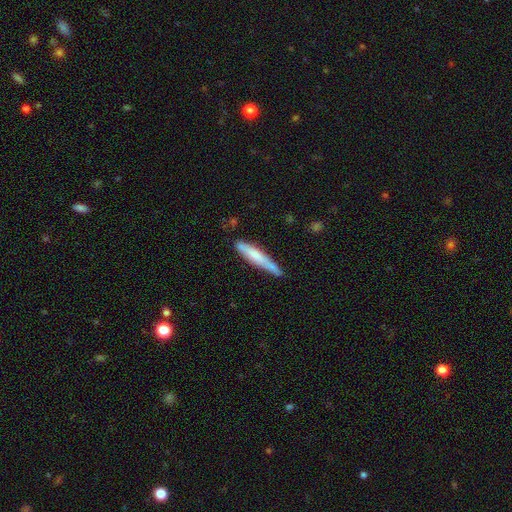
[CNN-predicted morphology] type=smooth (62%); roundness=cigar-shaped (91%); merging=none (66%).